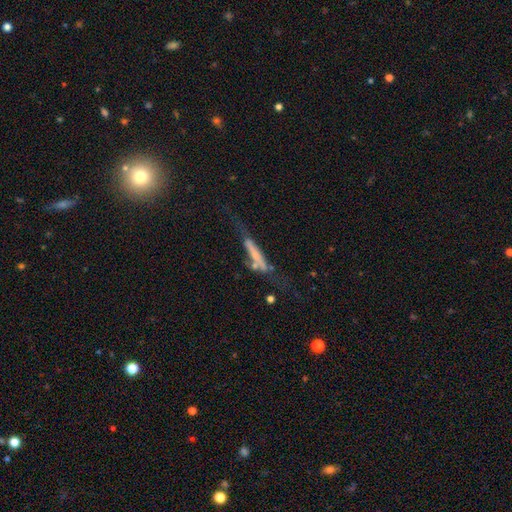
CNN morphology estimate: The model was most divided on "merging": none: 33%, major disturbance: 28%, minor disturbance: 23%, merger: 16%. More confident: edge-on disk — yes (72%); smooth or featured — featured or disk (53%).